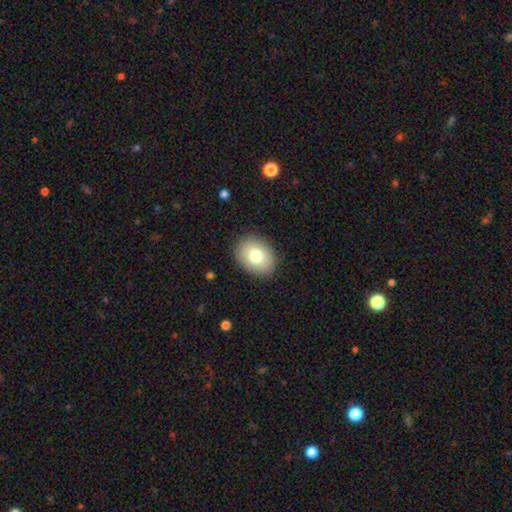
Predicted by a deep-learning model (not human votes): Smooth or featured: smooth — 78% (featured or disk — 14%)
How rounded: in between — 68% (round — 31%)
Merging: none — 89% (minor disturbance — 8%)